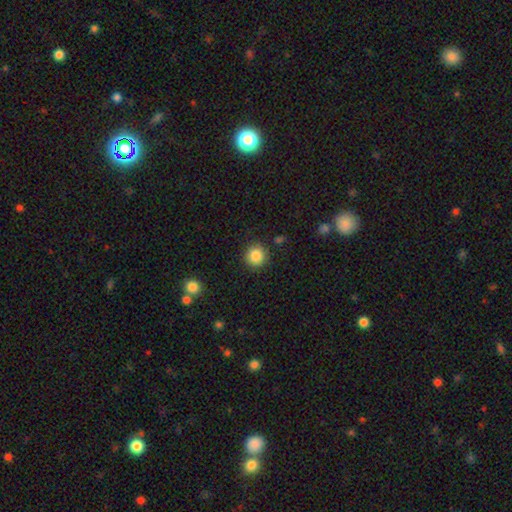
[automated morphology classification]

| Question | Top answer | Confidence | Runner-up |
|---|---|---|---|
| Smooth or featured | smooth | 86% | star or artifact (10%) |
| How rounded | round | 92% | in between (7%) |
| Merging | none | 89% | minor disturbance (7%) |